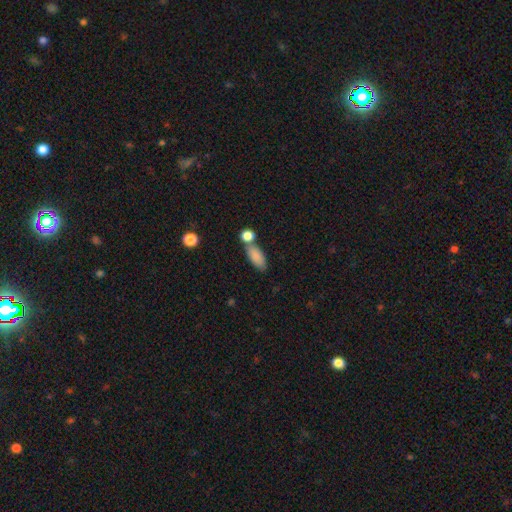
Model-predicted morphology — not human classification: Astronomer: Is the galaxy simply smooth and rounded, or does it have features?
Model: smooth — 86%.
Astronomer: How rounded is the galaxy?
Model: in between — 84%.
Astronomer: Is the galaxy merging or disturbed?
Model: none — 53% (runner-up: merger, 29%).